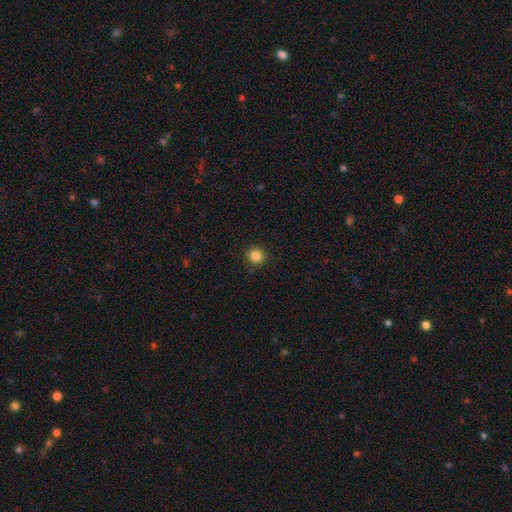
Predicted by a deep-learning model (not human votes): smooth 85%, star or artifact 11%, featured or disk 4%. Down the decision tree: how rounded — round (94%); merging — none (92%).